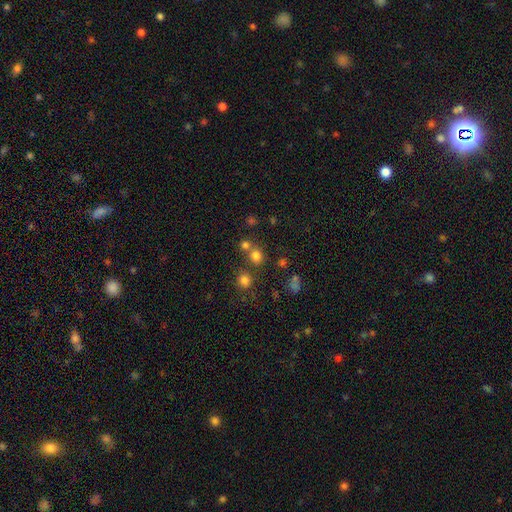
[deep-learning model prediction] Overall: smooth (74%). How rounded: round (82%). Merging: none (63%; merger 26%).